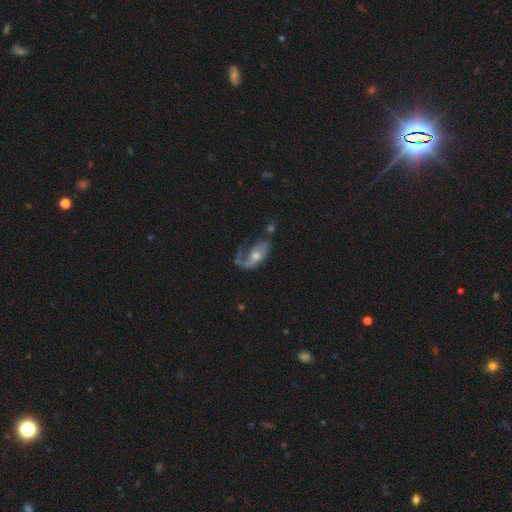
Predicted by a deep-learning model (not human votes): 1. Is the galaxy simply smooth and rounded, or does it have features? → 69% featured or disk, 24% smooth, 7% star or artifact.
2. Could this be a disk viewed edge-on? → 94% no, 6% yes.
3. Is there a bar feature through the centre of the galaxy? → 67% no, 25% weak, 8% strong.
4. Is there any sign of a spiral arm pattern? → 81% yes, 19% no.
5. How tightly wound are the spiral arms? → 54% loose, 30% medium, 17% tight.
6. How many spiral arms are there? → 61% 1, 29% 2, 8% can't tell, 1% 3, 1% 4, 1% more than 4.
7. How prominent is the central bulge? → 62% moderate, 29% small, 6% large, 2% none, 1% dominant.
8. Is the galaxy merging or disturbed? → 38% major disturbance, 35% none, 19% minor disturbance, 7% merger.